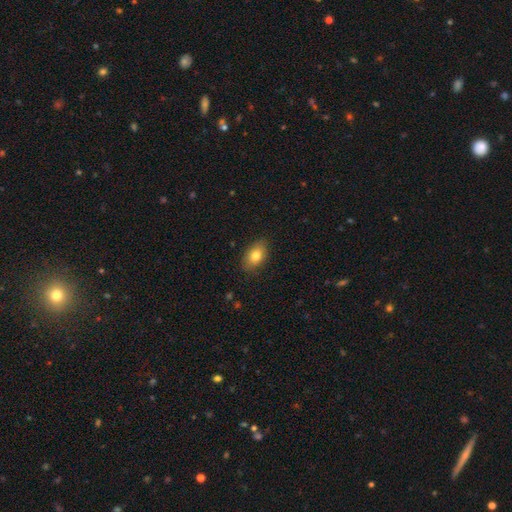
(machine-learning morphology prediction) Q: Smooth or featured?
A: smooth (79%); runner-up: featured or disk (13%)
Q: How rounded?
A: in between (88%); runner-up: round (9%)
Q: Merging?
A: none (84%); runner-up: minor disturbance (12%)